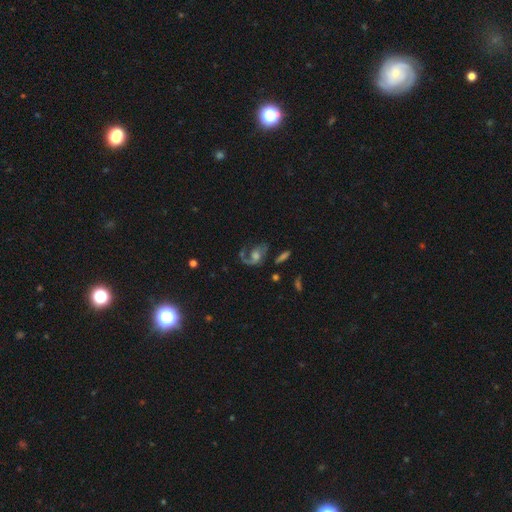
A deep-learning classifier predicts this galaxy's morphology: The model was most divided on "spiral winding": medium: 44%, loose: 40%, tight: 16%. Remaining: edge-on disk — no (97%); spiral arms — yes (91%); smooth or featured — featured or disk (78%); bar — no (61%); spiral arm count — 2 (50%); bulge size — moderate (47%); merging — none (46%).